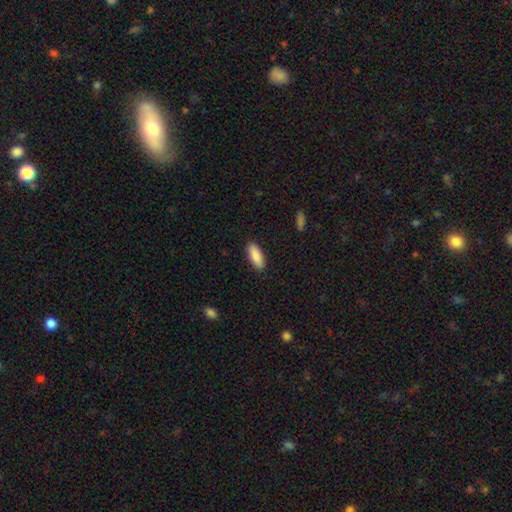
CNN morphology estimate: This is clearly a smooth galaxy (88%). How rounded: likely in between (72%). Merging: clearly none (89%).